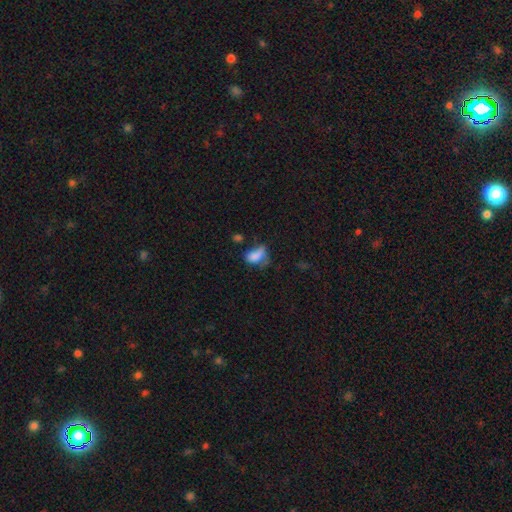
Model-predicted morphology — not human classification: smooth-or-featured: smooth: 70% | featured or disk: 17% | star or artifact: 12%
  how-rounded: in between: 84% | round: 11% | cigar-shaped: 5%
  merging: major disturbance: 35% | minor disturbance: 27% | none: 26% | merger: 12%